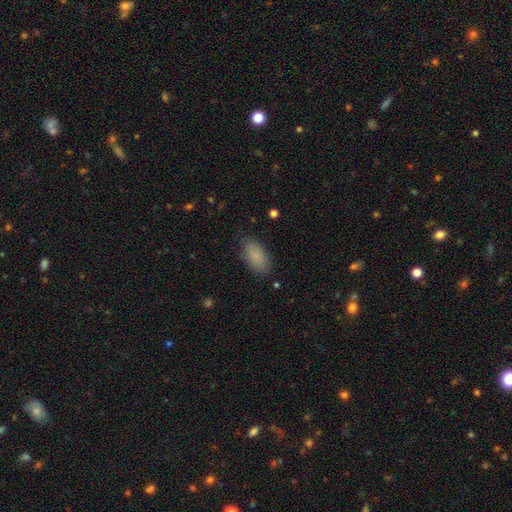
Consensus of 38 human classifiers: Smooth or featured? smooth (95%)
How rounded? in between (100%)
Merging? none (81%)